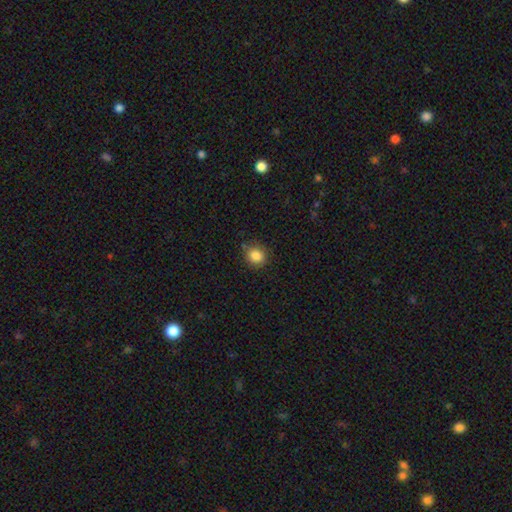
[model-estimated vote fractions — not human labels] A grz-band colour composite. It shows a smooth galaxy with no disk features (85%) that is round (82%). Merging: none (81%).